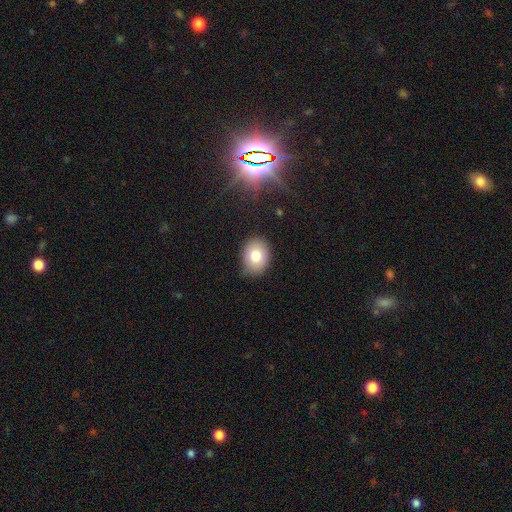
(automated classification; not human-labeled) A smooth galaxy with no disk features (78%) that is in between round and cigar-shaped (51%). Merging: none (79%).